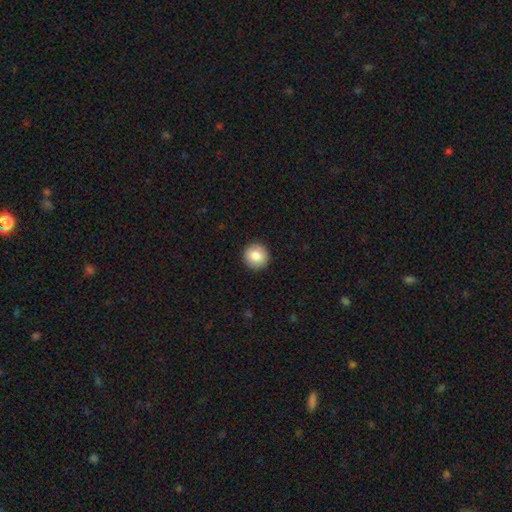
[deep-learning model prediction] This appears to be a smooth galaxy with no disk features (85%) that is round (94%). Merging: none (92%).